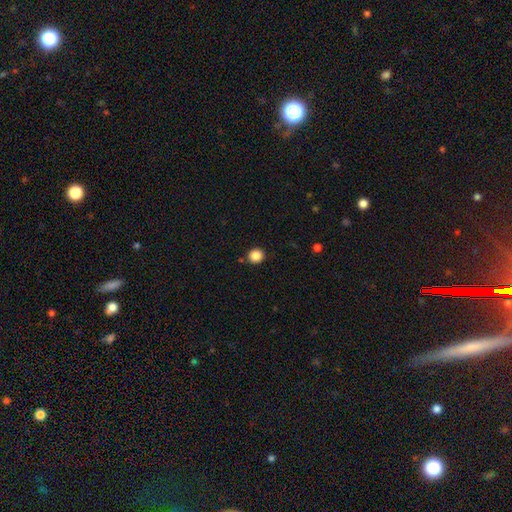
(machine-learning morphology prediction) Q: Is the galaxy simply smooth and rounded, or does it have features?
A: smooth — 87%.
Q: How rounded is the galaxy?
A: round — 85%.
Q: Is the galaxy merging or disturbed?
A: none — 88%.